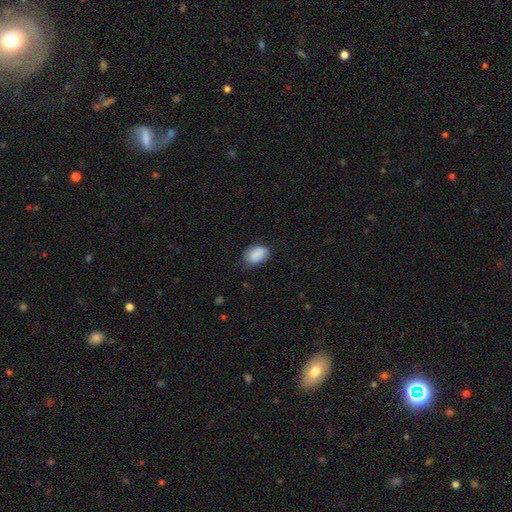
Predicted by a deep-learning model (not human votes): Smooth or featured?
  - smooth: 86% *
  - star or artifact: 7%
  - featured or disk: 7%
How rounded?
  - in between: 85% *
  - round: 14%
  - cigar-shaped: 1%
Merging?
  - none: 68% *
  - minor disturbance: 25%
  - major disturbance: 6%
  - merger: 2%